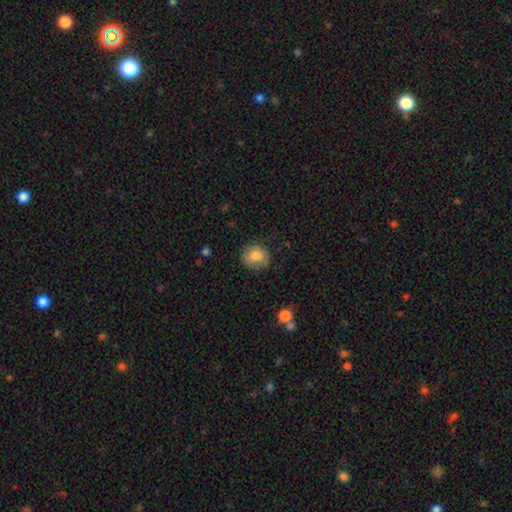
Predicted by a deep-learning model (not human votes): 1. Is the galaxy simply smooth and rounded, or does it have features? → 81% smooth, 11% featured or disk, 8% star or artifact.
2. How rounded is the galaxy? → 76% round, 23% in between, 1% cigar-shaped.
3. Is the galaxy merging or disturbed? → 71% none, 22% minor disturbance, 5% major disturbance, 1% merger.